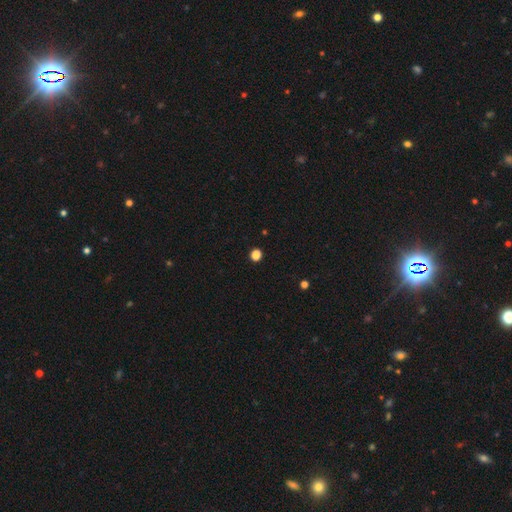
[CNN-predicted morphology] smooth-or-featured: smooth: 77% | star or artifact: 20% | featured or disk: 3%
  how-rounded: round: 79% | in between: 20% | cigar-shaped: 1%
  merging: none: 91% | minor disturbance: 5% | major disturbance: 2% | merger: 2%